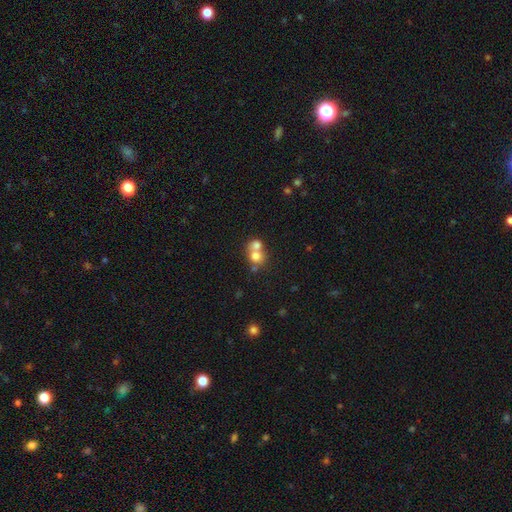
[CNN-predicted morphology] type=smooth (71%); roundness=round (76%); merging=merger (64%).